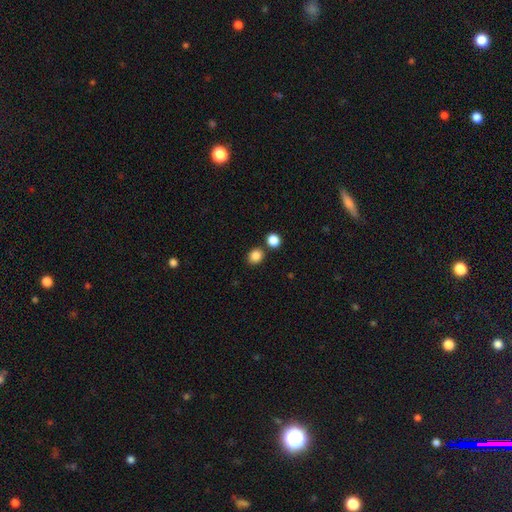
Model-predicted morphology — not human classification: smooth-or-featured: smooth: 86% | star or artifact: 10% | featured or disk: 4%
  how-rounded: round: 70% | in between: 29% | cigar-shaped: 1%
  merging: none: 77% | merger: 12% | minor disturbance: 8% | major disturbance: 3%